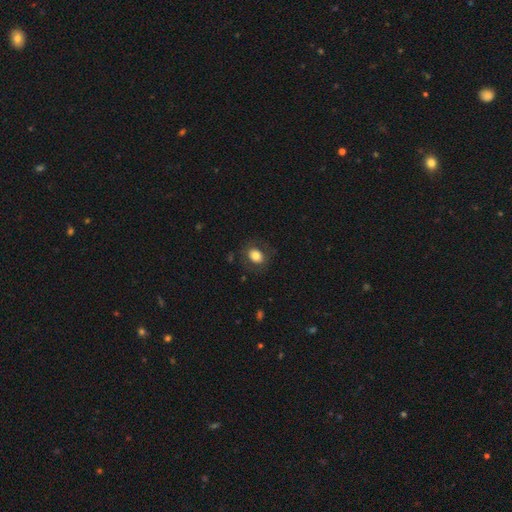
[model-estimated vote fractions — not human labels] Q: Smooth or featured?
A: smooth (77%); runner-up: featured or disk (14%)
Q: How rounded?
A: in between (60%); runner-up: round (39%)
Q: Merging?
A: none (80%); runner-up: minor disturbance (13%)